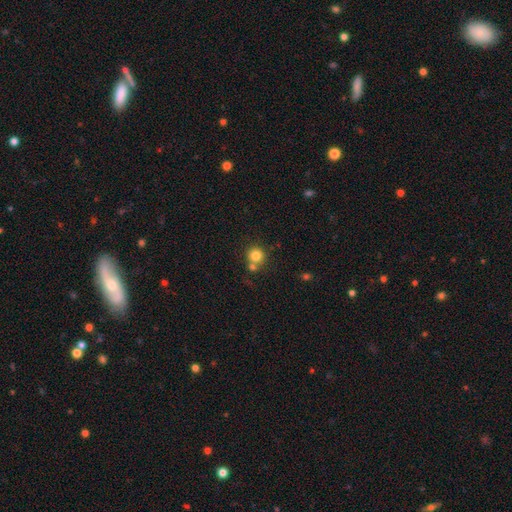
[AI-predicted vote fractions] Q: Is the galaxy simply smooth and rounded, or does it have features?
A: smooth — 82%.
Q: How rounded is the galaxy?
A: round — 92%.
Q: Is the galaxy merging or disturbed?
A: none — 64%.